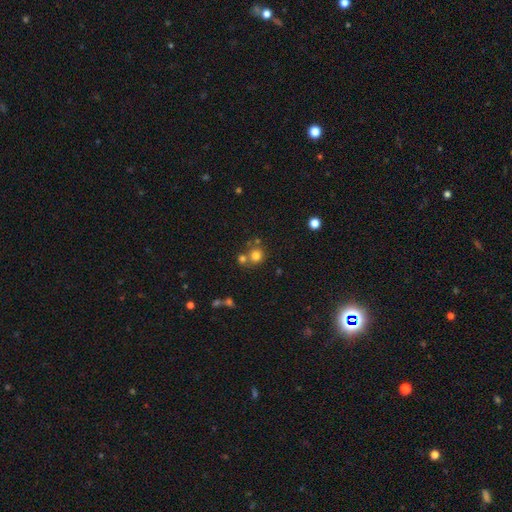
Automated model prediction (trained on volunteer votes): The model was most divided on "merging": none: 58%, merger: 30%, minor disturbance: 8%, major disturbance: 4%. More confident: how rounded — round (88%); smooth or featured — smooth (76%).